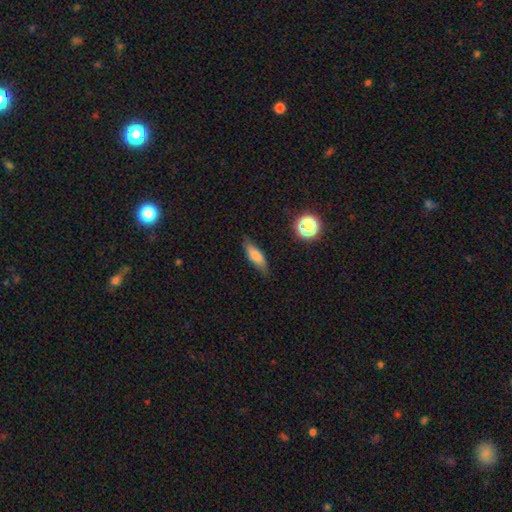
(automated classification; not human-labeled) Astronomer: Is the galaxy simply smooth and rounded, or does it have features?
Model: smooth — 78%.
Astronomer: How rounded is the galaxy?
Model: in between — 57% (runner-up: cigar-shaped, 40%).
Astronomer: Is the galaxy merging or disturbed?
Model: none — 78%.